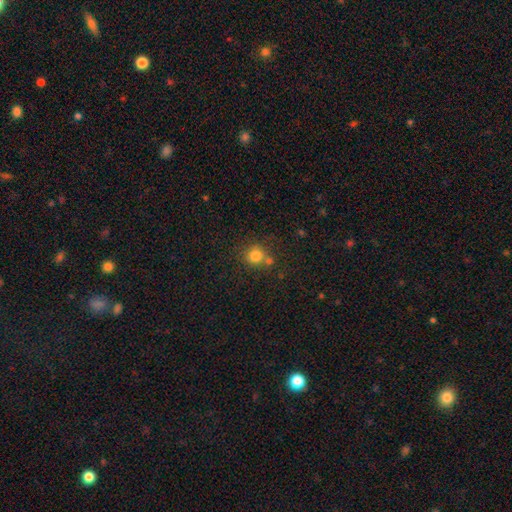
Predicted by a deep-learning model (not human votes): Smooth or featured?
  - smooth: 80% *
  - star or artifact: 13%
  - featured or disk: 7%
How rounded?
  - round: 89% *
  - in between: 10%
  - cigar-shaped: 1%
Merging?
  - none: 64% *
  - merger: 21%
  - minor disturbance: 11%
  - major disturbance: 4%